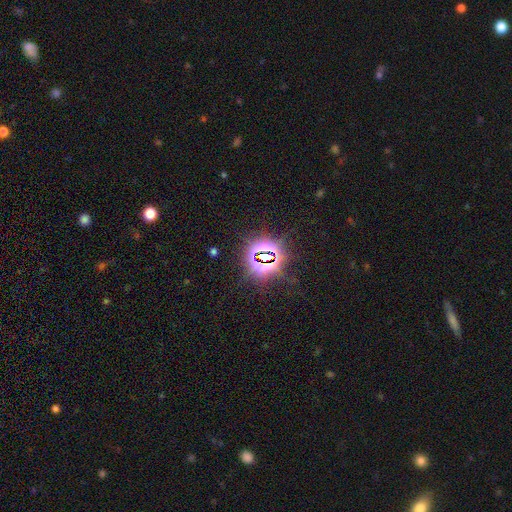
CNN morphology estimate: A star or artifact, not a galaxy (81%).